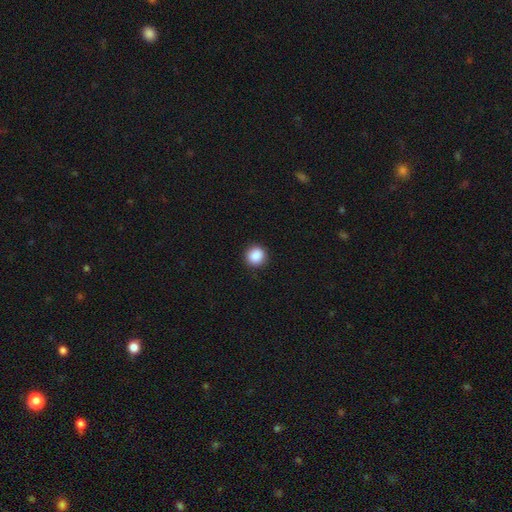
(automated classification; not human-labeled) This is clearly a smooth galaxy (88%). How rounded: clearly round (92%). Merging: clearly none (91%).